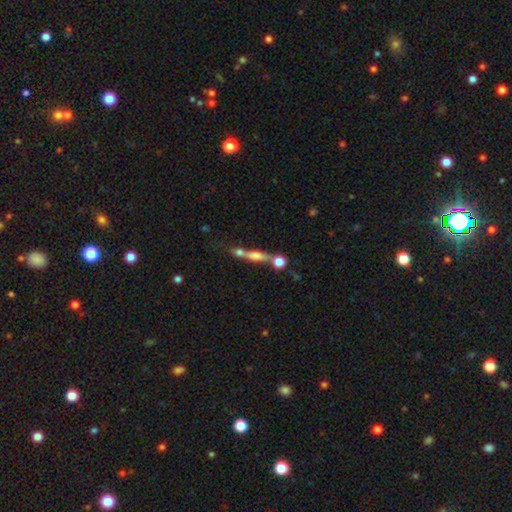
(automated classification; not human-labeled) A featured or disk galaxy (46%).

Vote fractions:
- Smooth or featured? featured or disk: 46% / smooth: 42% / star or artifact: 11%
- Merging? none: 49% / merger: 33% / minor disturbance: 12% / major disturbance: 7%